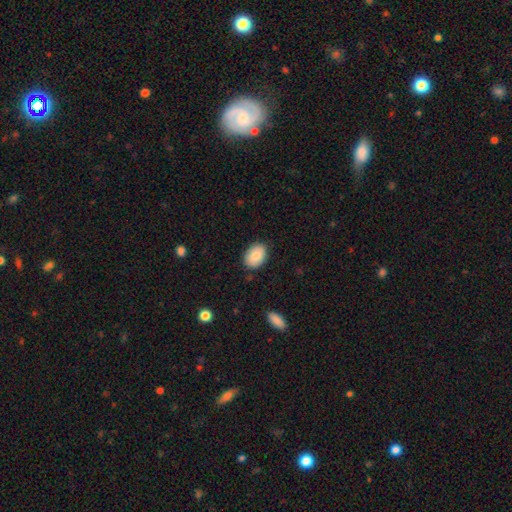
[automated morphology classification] smooth_or_featured: smooth (p=0.86) [alt: featured or disk p=0.08]
how_rounded: in between (p=0.79) [alt: round p=0.20]
merging: none (p=0.85) [alt: minor disturbance p=0.11]